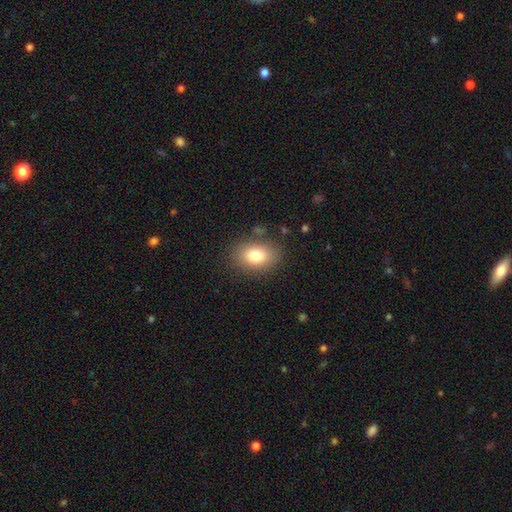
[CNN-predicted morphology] type=smooth (81%); roundness=in between (78%); merging=none (82%).